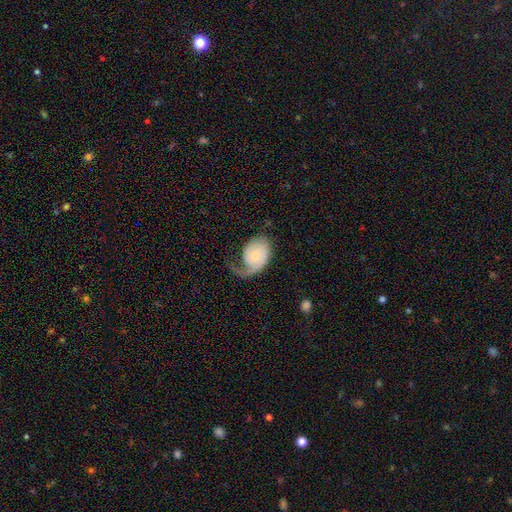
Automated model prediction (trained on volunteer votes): Smooth or featured: featured or disk — 73% (smooth — 22%)
Edge-on disk: no — 97% (yes — 3%)
Bar: no — 63% (weak — 32%)
Spiral arms: yes — 93% (no — 7%)
Spiral winding: medium — 35% (tight — 33%)
Spiral arm count: 1 — 69% (2 — 22%)
Bulge size: small — 52% (moderate — 36%)
Merging: major disturbance — 38% (none — 36%)